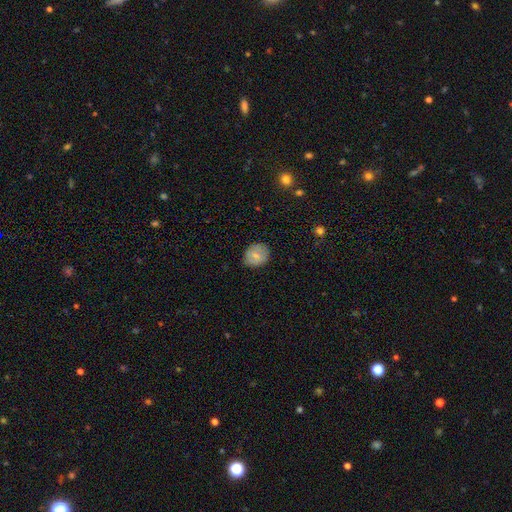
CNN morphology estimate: A smooth galaxy with no disk features (69%) that is round (62%).

Vote fractions:
- Smooth or featured? smooth: 69% / featured or disk: 22% / star or artifact: 9%
- How rounded? round: 62% / in between: 37% / cigar-shaped: 1%
- Merging? none: 80% / minor disturbance: 15% / major disturbance: 4% / merger: 1%